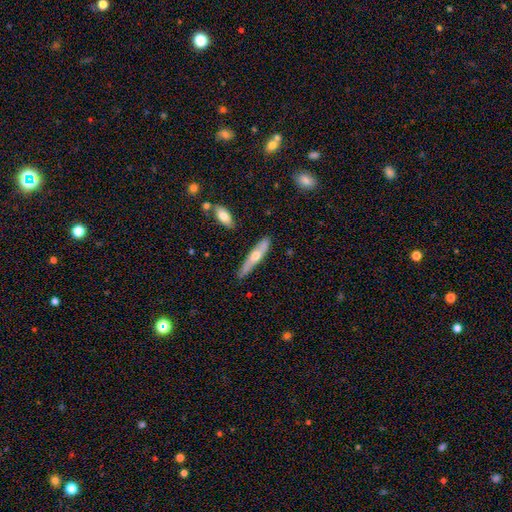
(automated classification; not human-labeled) Overall: featured or disk (47%, tied with smooth). Merging: none (76%).